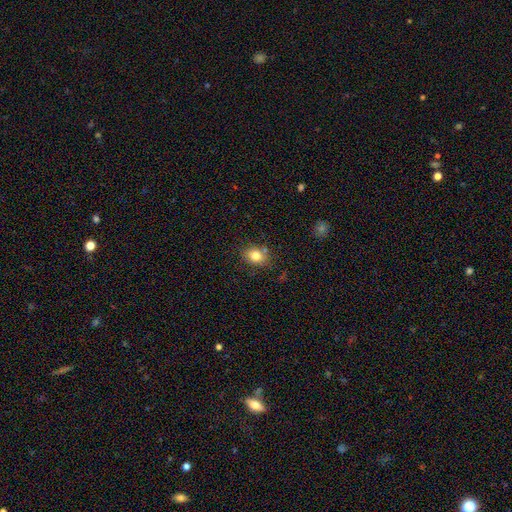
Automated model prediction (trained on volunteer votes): Smooth or featured?
  - smooth: 81% *
  - star or artifact: 10%
  - featured or disk: 9%
How rounded?
  - in between: 55% *
  - round: 44%
  - cigar-shaped: 1%
Merging?
  - none: 77% *
  - minor disturbance: 14%
  - merger: 6%
  - major disturbance: 3%